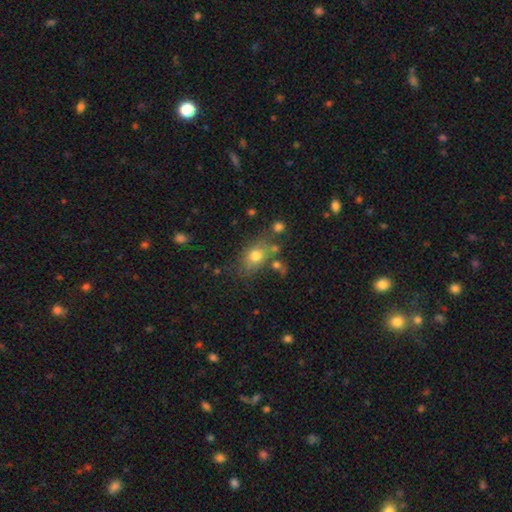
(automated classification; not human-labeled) Smooth or featured?
  - smooth: 73% *
  - featured or disk: 15%
  - star or artifact: 12%
How rounded?
  - in between: 67% *
  - round: 31%
  - cigar-shaped: 2%
Merging?
  - none: 61% *
  - minor disturbance: 19%
  - merger: 12%
  - major disturbance: 8%